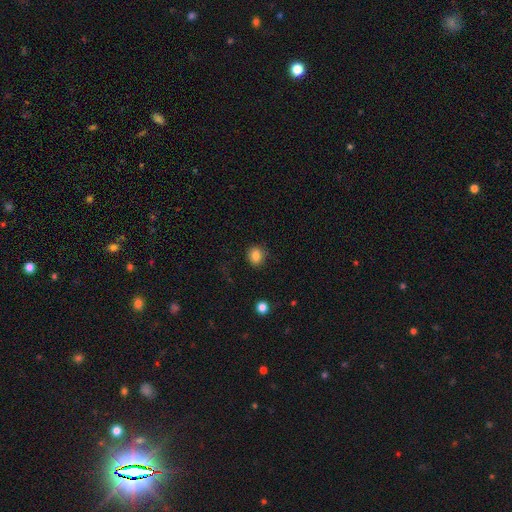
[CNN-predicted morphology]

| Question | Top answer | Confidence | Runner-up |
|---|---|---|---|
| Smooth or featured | smooth | 83% | star or artifact (11%) |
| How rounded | round | 72% | in between (27%) |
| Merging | none | 85% | minor disturbance (11%) |